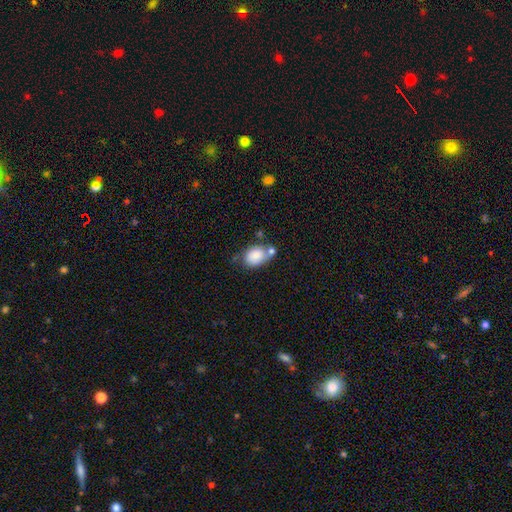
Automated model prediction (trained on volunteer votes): A smooth galaxy with no disk features (81%) that is in between round and cigar-shaped (73%).

Vote fractions:
- Smooth or featured? smooth: 81% / featured or disk: 11% / star or artifact: 8%
- How rounded? in between: 73% / round: 26% / cigar-shaped: 1%
- Merging? none: 43% / merger: 29% / minor disturbance: 21% / major disturbance: 7%